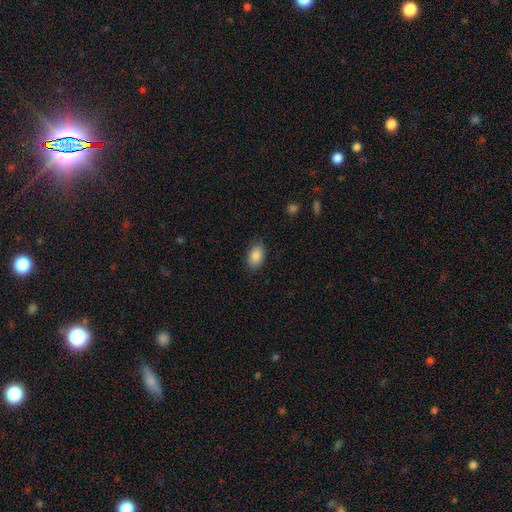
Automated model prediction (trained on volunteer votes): smooth-or-featured: smooth: 87% | star or artifact: 7% | featured or disk: 5%
  how-rounded: in between: 89% | round: 10% | cigar-shaped: 1%
  merging: none: 86% | minor disturbance: 11% | major disturbance: 3% | merger: 1%